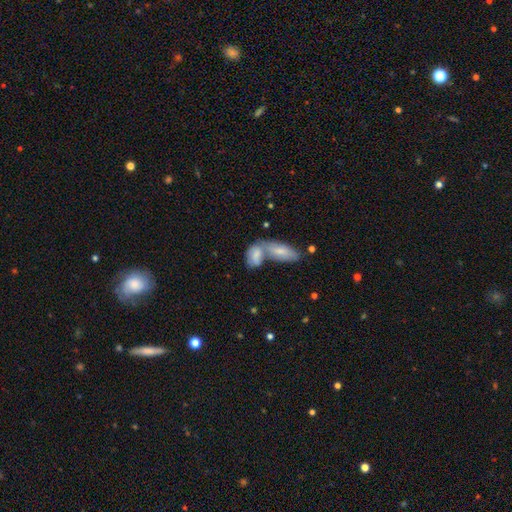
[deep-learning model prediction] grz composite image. It shows a smooth galaxy with no disk features (73%) that is in between round and cigar-shaped (87%). Merging: merger (66%).